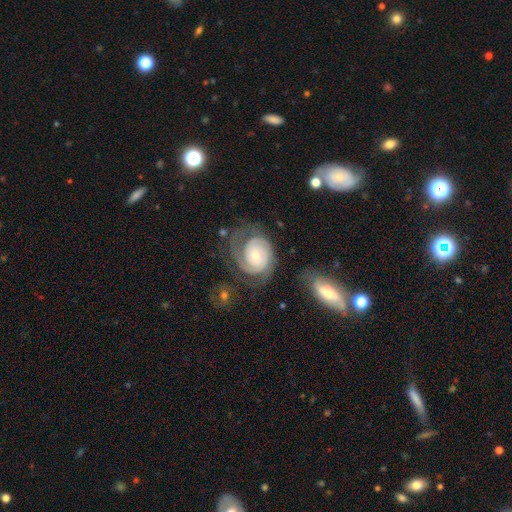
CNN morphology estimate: Overall: featured or disk (83%). Edge-on disk: no (97%). Bar: no (73%). Spiral arms: yes (95%). Spiral arm count: 2 (53%; can't tell 19%). Spiral winding: tight (68%). Bulge size: small (50%; moderate 45%). Merging: none (58%; minor disturbance 20%).